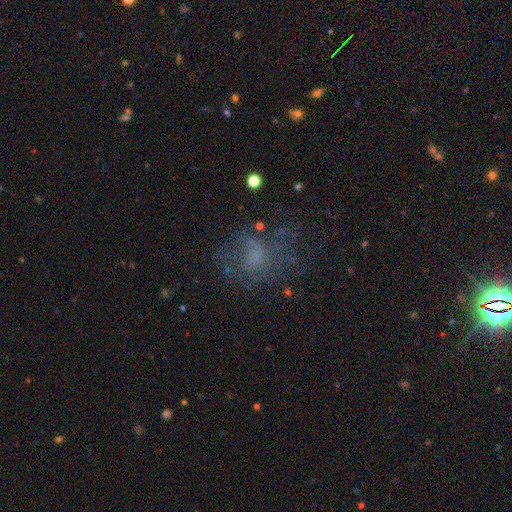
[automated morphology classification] A smooth galaxy with no disk features (40%, tied with featured or disk). Merging: none (50%).